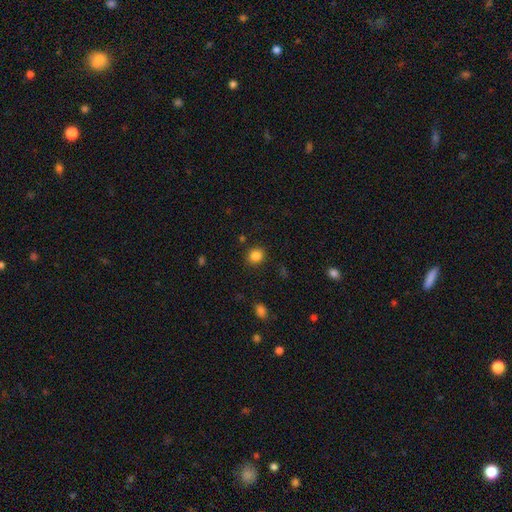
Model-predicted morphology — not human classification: Q: Smooth or featured?
A: smooth (84%); runner-up: star or artifact (11%)
Q: How rounded?
A: round (82%); runner-up: in between (17%)
Q: Merging?
A: none (88%); runner-up: minor disturbance (8%)